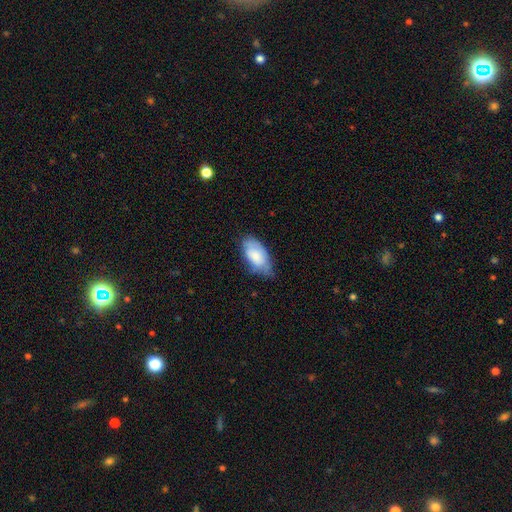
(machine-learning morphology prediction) Q: Smooth or featured?
A: smooth (74%); runner-up: featured or disk (20%)
Q: How rounded?
A: in between (94%); runner-up: cigar-shaped (4%)
Q: Merging?
A: none (59%); runner-up: minor disturbance (32%)